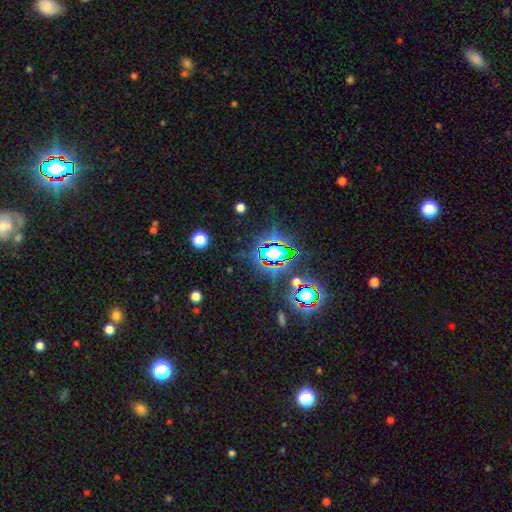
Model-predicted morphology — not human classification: This is clearly a star or artifact rather than a galaxy (81%).